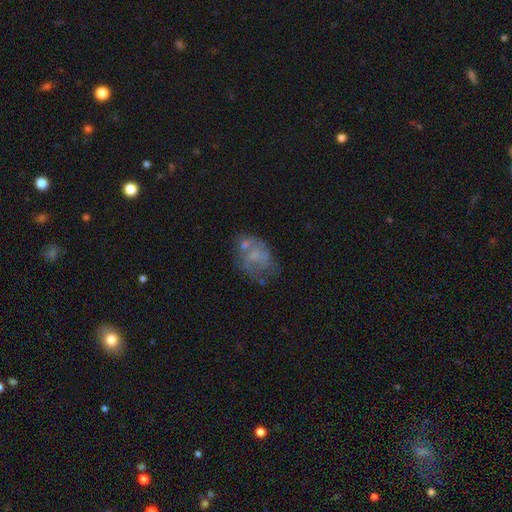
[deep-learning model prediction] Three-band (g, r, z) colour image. It shows a featured or disk galaxy (51%). Merging: none (37%).